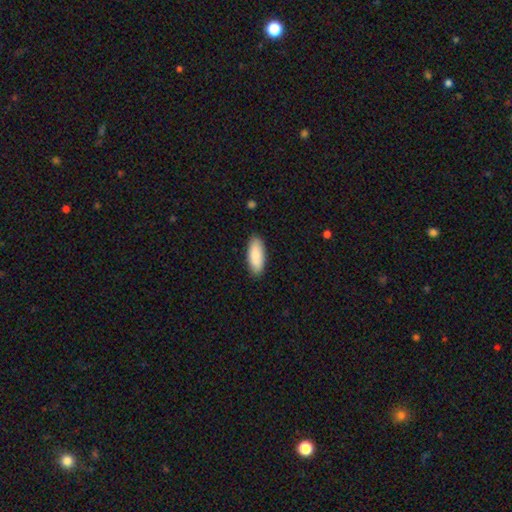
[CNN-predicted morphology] smooth_or_featured: smooth (p=0.88) [alt: featured or disk p=0.07]
how_rounded: in between (p=0.83) [alt: cigar-shaped p=0.16]
merging: none (p=0.88) [alt: minor disturbance p=0.10]